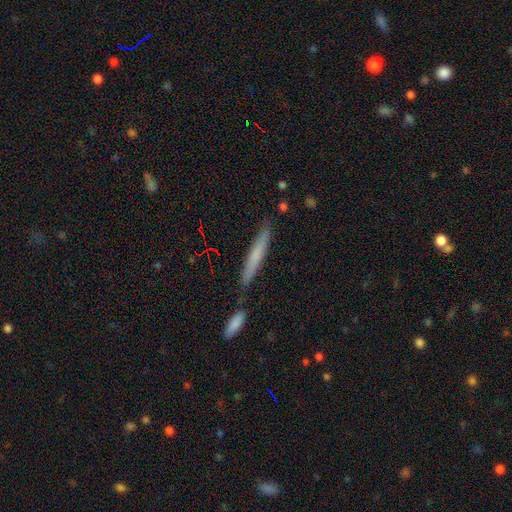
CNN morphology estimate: A smooth galaxy with no disk features (63%) that is cigar-shaped (94%).

Vote fractions:
- Smooth or featured? smooth: 63% / featured or disk: 31% / star or artifact: 6%
- How rounded? cigar-shaped: 94% / in between: 4% / round: 1%
- Merging? none: 77% / minor disturbance: 12% / merger: 9% / major disturbance: 3%